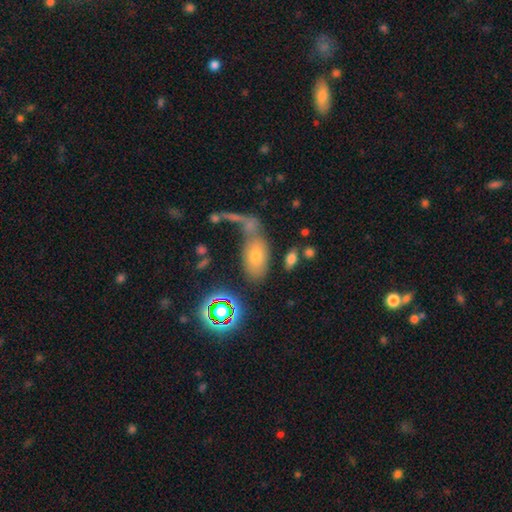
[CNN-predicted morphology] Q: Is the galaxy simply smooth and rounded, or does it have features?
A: smooth — 59%.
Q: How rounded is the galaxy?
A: in between — 88%.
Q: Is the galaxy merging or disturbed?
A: none — 54%.